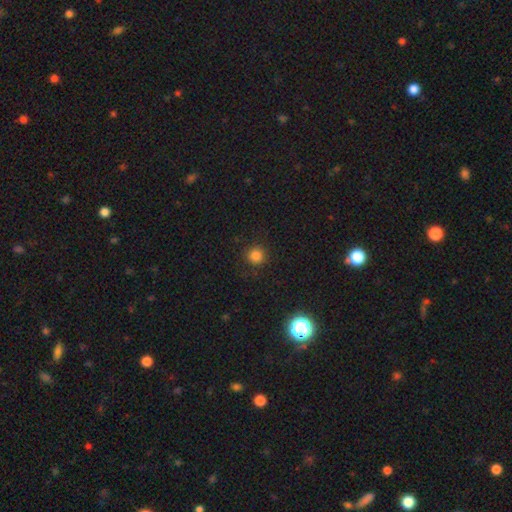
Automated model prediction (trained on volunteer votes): The model was most divided on "smooth or featured": smooth: 82%, star or artifact: 14%, featured or disk: 4%. More confident: how rounded — round (95%); merging — none (90%).